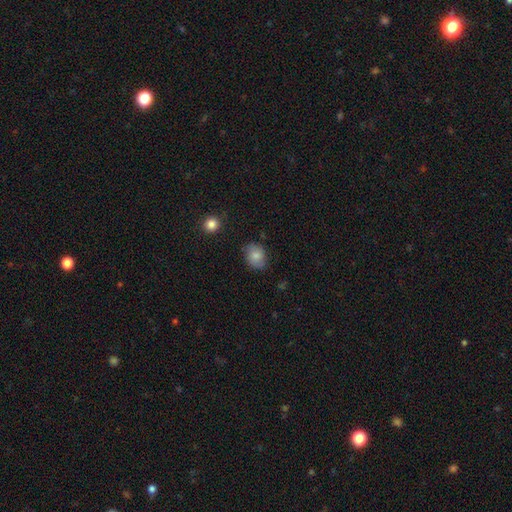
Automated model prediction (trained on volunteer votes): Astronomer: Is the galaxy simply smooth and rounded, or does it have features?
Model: smooth — 81%.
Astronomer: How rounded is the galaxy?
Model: round — 52% (runner-up: in between, 47%).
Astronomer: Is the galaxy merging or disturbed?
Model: none — 78%.